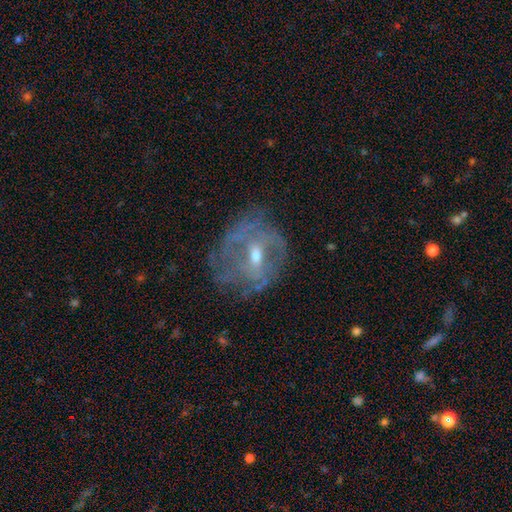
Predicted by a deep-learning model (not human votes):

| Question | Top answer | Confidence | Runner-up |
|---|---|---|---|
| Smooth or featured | featured or disk | 74% | smooth (17%) |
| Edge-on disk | no | 95% | yes (5%) |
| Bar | weak | 46% | no (36%) |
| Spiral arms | yes | 63% | no (37%) |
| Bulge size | small | 51% | moderate (45%) |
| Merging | none | 55% | minor disturbance (23%) |